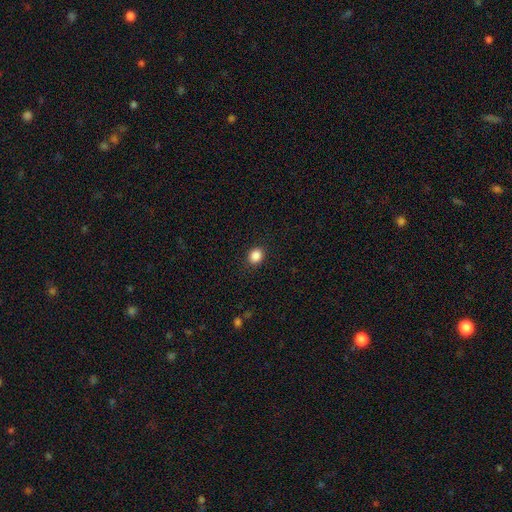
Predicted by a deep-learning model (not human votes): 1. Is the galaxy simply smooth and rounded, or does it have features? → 87% smooth, 10% star or artifact, 3% featured or disk.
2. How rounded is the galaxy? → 65% round, 34% in between, 1% cigar-shaped.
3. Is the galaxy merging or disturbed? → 90% none, 7% minor disturbance, 2% major disturbance, 1% merger.